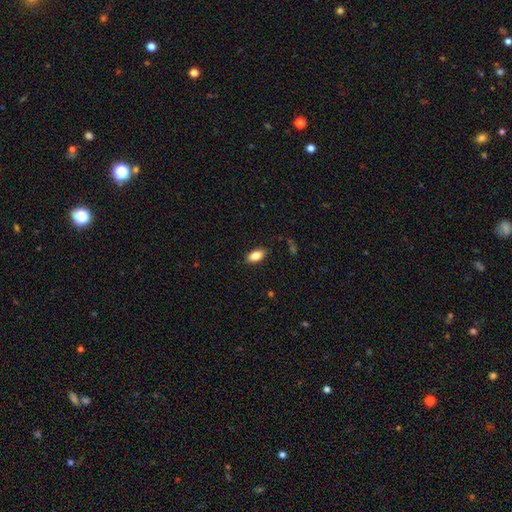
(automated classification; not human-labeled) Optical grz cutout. It shows a smooth galaxy with no disk features (85%) that is in between round and cigar-shaped (91%). Merging: none (86%).